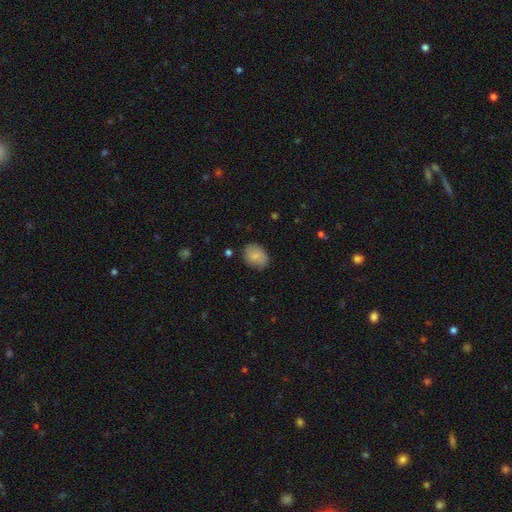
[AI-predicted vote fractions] A smooth galaxy with no disk features (78%) that is in between round and cigar-shaped (67%).

Vote fractions:
- Smooth or featured? smooth: 78% / featured or disk: 14% / star or artifact: 7%
- How rounded? in between: 67% / round: 32% / cigar-shaped: 1%
- Merging? none: 80% / minor disturbance: 15% / major disturbance: 3% / merger: 2%